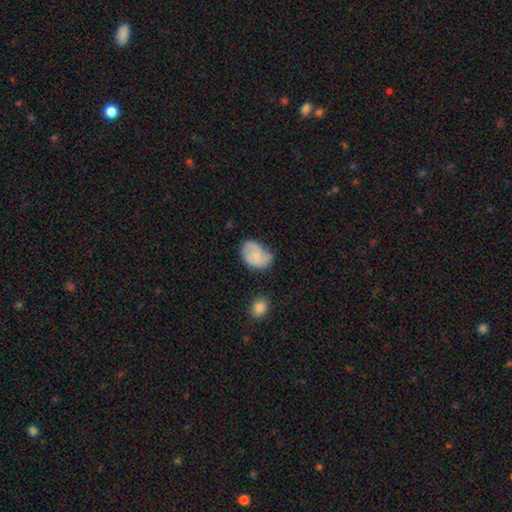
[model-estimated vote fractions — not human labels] smooth_or_featured: smooth (p=0.54) [alt: featured or disk p=0.39]
how_rounded: in between (p=0.77) [alt: round p=0.22]
merging: none (p=0.43) [alt: minor disturbance p=0.39]